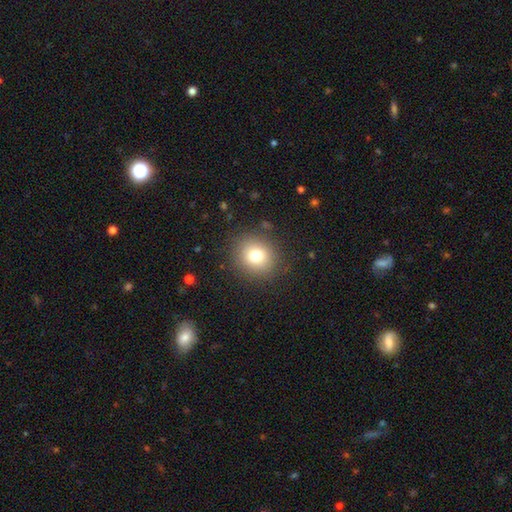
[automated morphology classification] Smooth or featured? smooth (76%)
How rounded? round (84%)
Merging? none (87%)